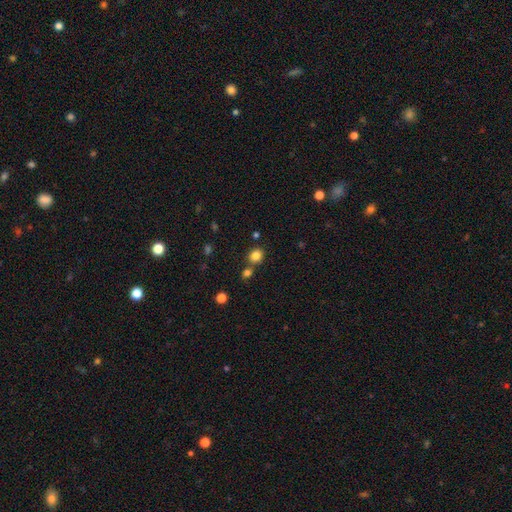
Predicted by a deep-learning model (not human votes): Smooth or featured? Predicted: smooth (p=0.83). How rounded? Predicted: round (p=0.78). Merging? Predicted: none (p=0.72).